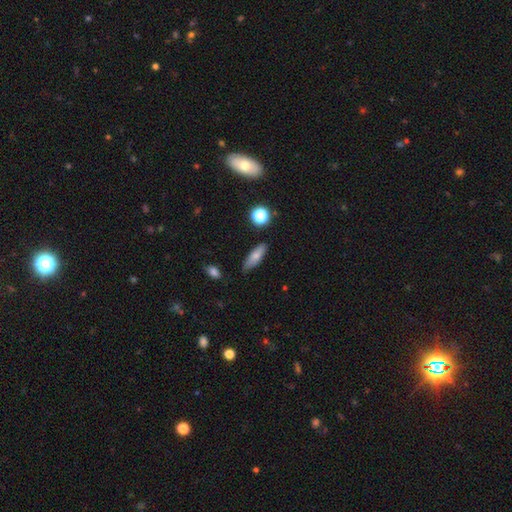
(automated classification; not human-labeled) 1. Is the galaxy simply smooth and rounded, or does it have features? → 73% smooth, 18% featured or disk, 9% star or artifact.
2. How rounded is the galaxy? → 51% in between, 45% cigar-shaped, 4% round.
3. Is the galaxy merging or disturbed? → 80% none, 14% minor disturbance, 3% major disturbance, 2% merger.